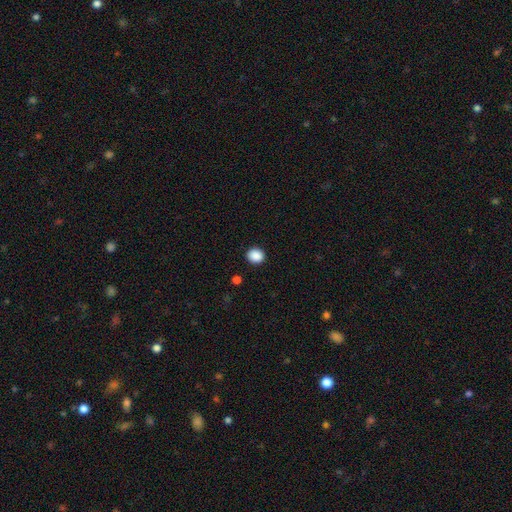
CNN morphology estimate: Smooth or featured?
  - smooth: 89% *
  - star or artifact: 9%
  - featured or disk: 2%
How rounded?
  - round: 76% *
  - in between: 23%
  - cigar-shaped: 1%
Merging?
  - none: 91% *
  - minor disturbance: 6%
  - major disturbance: 2%
  - merger: 1%